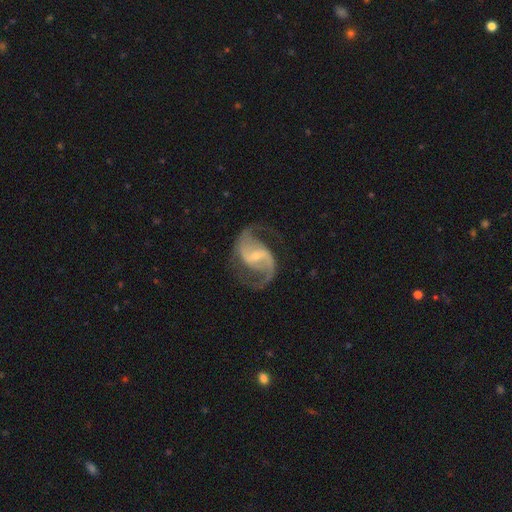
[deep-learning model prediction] Morphology: type=featured or disk (92%); edge-on=no (98%); bar=weak (49%); spiral arms=yes (98%); winding=medium (53%); arm count=2 (93%); bulge=small (65%); merging=none (76%).